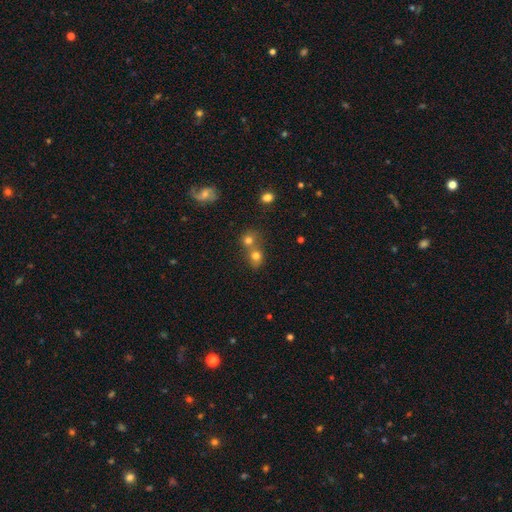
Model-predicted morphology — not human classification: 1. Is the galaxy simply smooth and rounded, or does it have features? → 74% smooth, 15% star or artifact, 11% featured or disk.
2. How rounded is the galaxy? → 71% round, 28% in between, 1% cigar-shaped.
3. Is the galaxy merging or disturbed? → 55% merger, 35% none, 6% minor disturbance, 3% major disturbance.